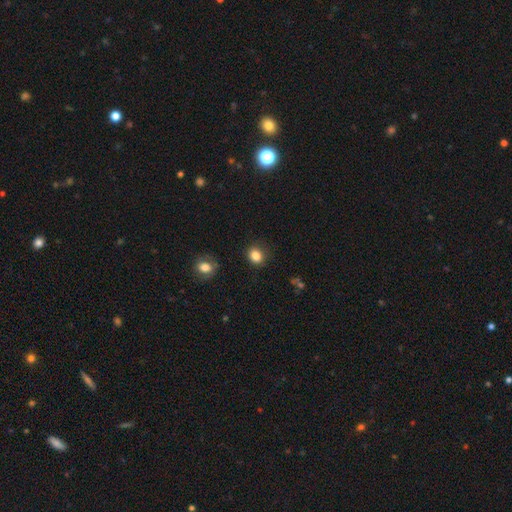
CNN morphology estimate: type=smooth (84%); roundness=round (64%); merging=none (85%).